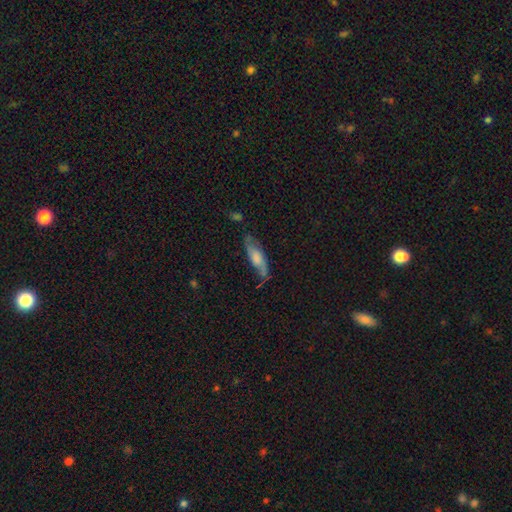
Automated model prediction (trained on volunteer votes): Smooth or featured: featured or disk — 48% (smooth — 44%)
Merging: none — 60% (minor disturbance — 26%)